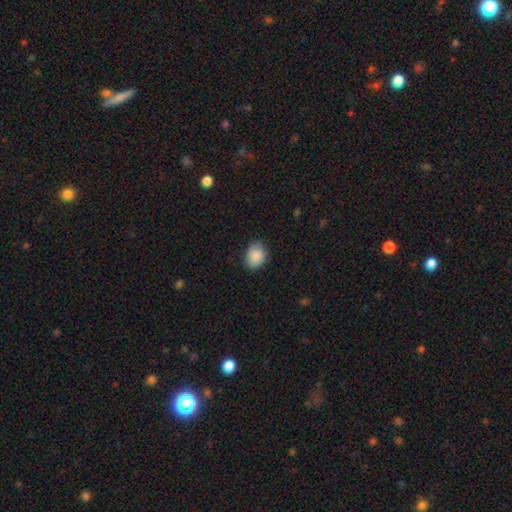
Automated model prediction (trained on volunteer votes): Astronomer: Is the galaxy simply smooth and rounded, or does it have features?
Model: smooth — 88%.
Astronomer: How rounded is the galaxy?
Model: in between — 54% (runner-up: round, 45%).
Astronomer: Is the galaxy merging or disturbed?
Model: none — 79%.